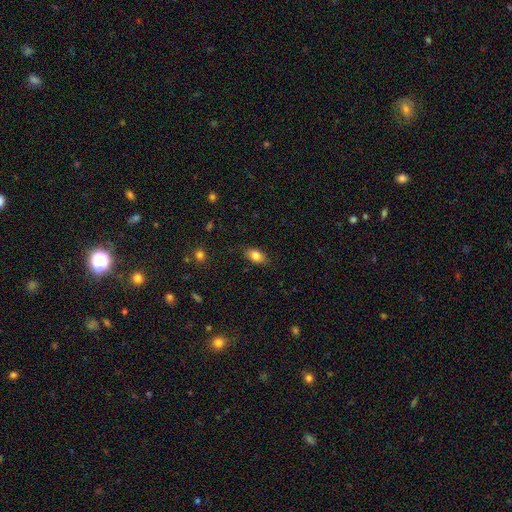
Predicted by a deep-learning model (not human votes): The model was most divided on "merging": none: 83%, minor disturbance: 13%, major disturbance: 3%, merger: 1%. More confident: how rounded — in between (86%); smooth or featured — smooth (82%).